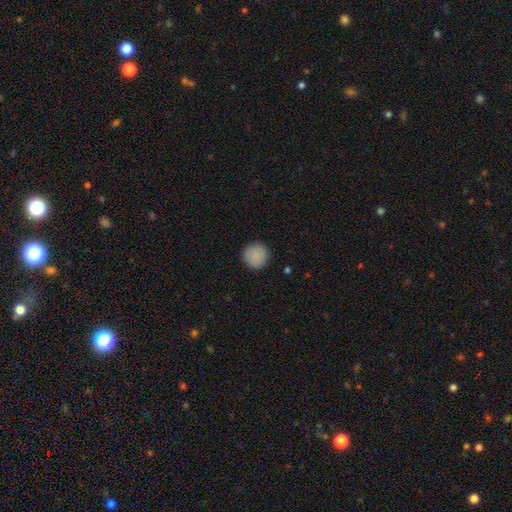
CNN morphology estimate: Smooth or featured: smooth — 88% (star or artifact — 8%)
How rounded: round — 95% (in between — 4%)
Merging: none — 90% (minor disturbance — 7%)